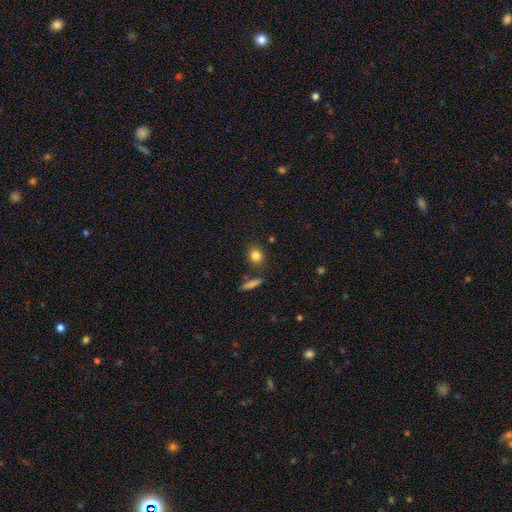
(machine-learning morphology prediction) The model was most divided on "how rounded": round: 66%, in between: 32%, cigar-shaped: 3%. More confident: smooth or featured — smooth (83%); merging — none (79%).